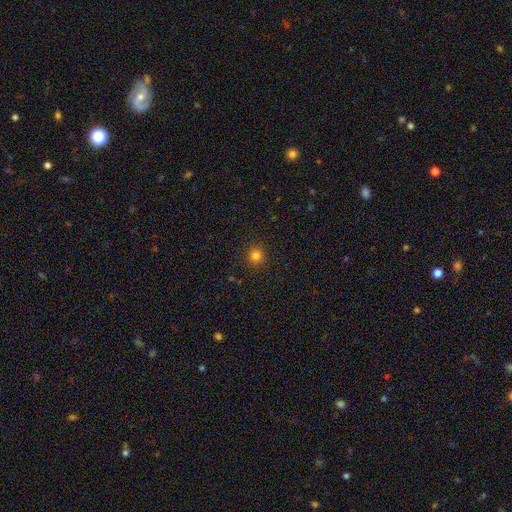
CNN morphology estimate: This appears to be a smooth galaxy with no disk features (81%) that is round (94%). Merging: none (90%).